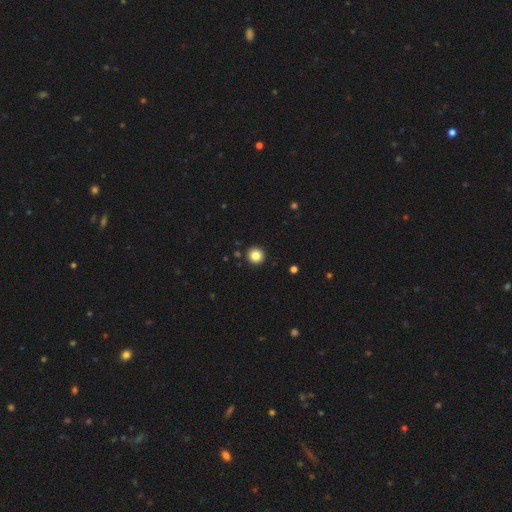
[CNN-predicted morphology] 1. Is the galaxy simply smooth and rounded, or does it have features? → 84% smooth, 10% star or artifact, 5% featured or disk.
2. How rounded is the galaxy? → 96% round, 3% in between, 1% cigar-shaped.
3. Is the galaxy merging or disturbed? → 93% none, 4% minor disturbance, 1% major disturbance, 1% merger.